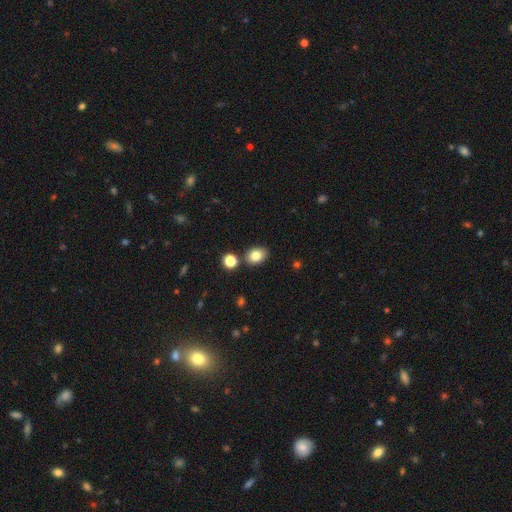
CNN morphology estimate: A smooth galaxy with no disk features (82%) that is in between round and cigar-shaped (62%). Merging: none (81%).